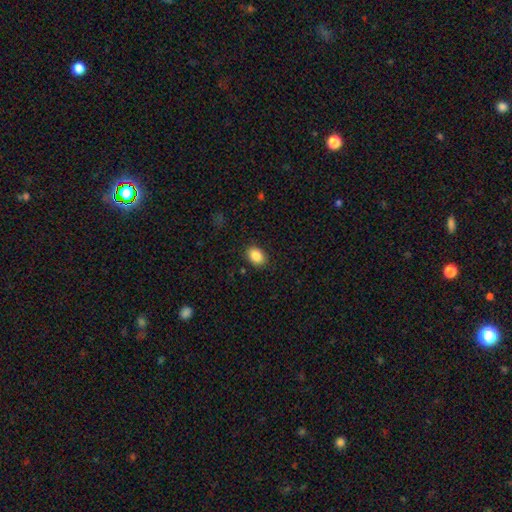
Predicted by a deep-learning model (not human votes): smooth 88%, star or artifact 8%, featured or disk 4%. Down the decision tree: how rounded — in between (74%); merging — none (88%).